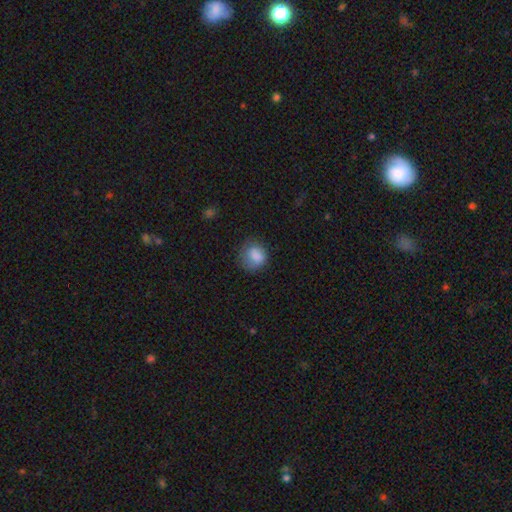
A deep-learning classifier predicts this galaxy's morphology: Smooth or featured: smooth — 79% (featured or disk — 13%)
How rounded: round — 69% (in between — 30%)
Merging: none — 57% (minor disturbance — 26%)